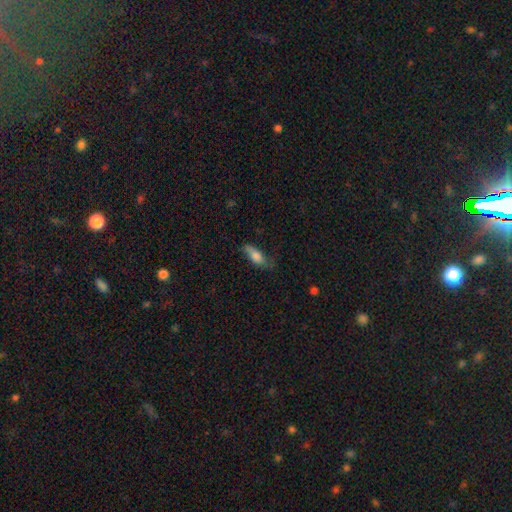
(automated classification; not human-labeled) smooth 73%, featured or disk 20%, star or artifact 8%. Down the decision tree: how rounded — in between (69%); merging — none (55%).